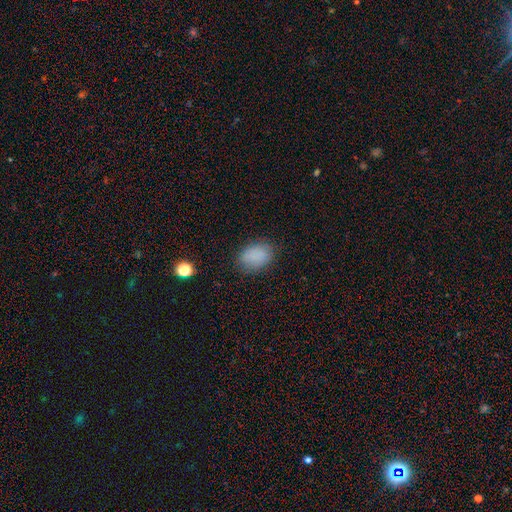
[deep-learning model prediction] This appears to be a smooth galaxy with no disk features (85%) that is in between round and cigar-shaped (78%). Merging: none (80%).